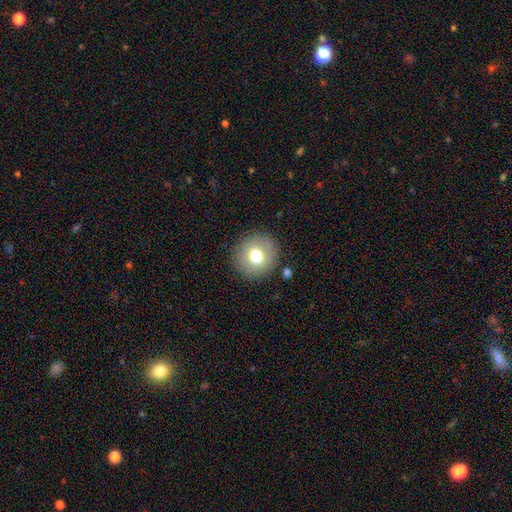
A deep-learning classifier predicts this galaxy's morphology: Smooth or featured? smooth (72%)
How rounded? round (91%)
Merging? none (88%)